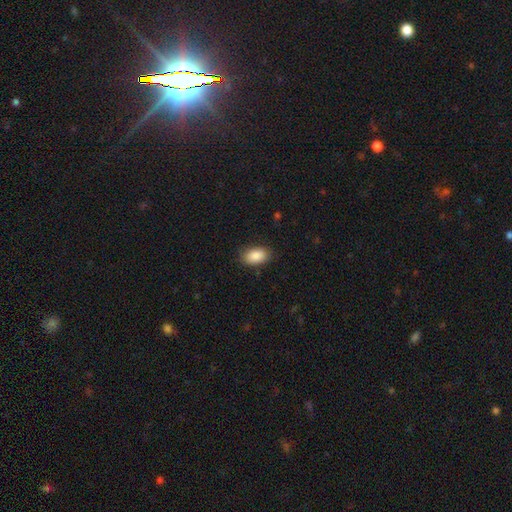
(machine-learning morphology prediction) A smooth galaxy with no disk features (89%) that is in between round and cigar-shaped (92%).

Vote fractions:
- Smooth or featured? smooth: 89% / star or artifact: 7% / featured or disk: 4%
- How rounded? in between: 92% / round: 6% / cigar-shaped: 2%
- Merging? none: 85% / minor disturbance: 11% / major disturbance: 3% / merger: 1%